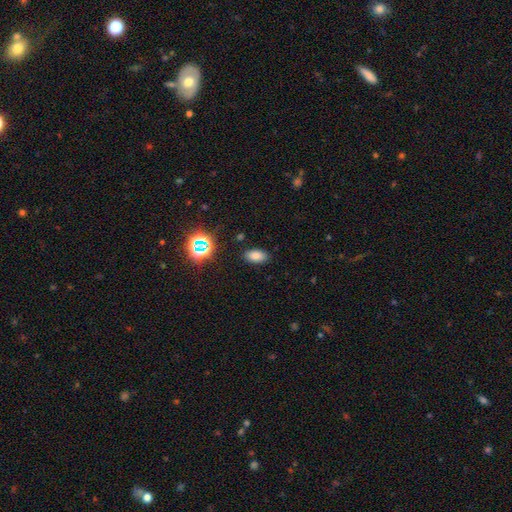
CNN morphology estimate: Overall: smooth (77%). How rounded: in between (90%). Merging: none (86%).